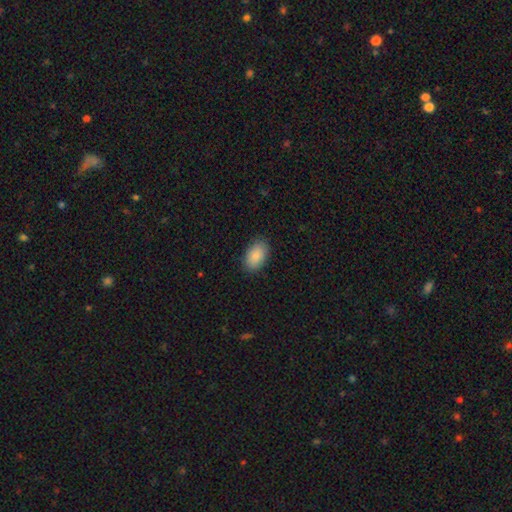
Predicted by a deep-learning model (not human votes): Smooth or featured?
  - smooth: 88% *
  - star or artifact: 7%
  - featured or disk: 6%
How rounded?
  - in between: 92% *
  - round: 7%
  - cigar-shaped: 1%
Merging?
  - none: 87% *
  - minor disturbance: 9%
  - major disturbance: 2%
  - merger: 1%